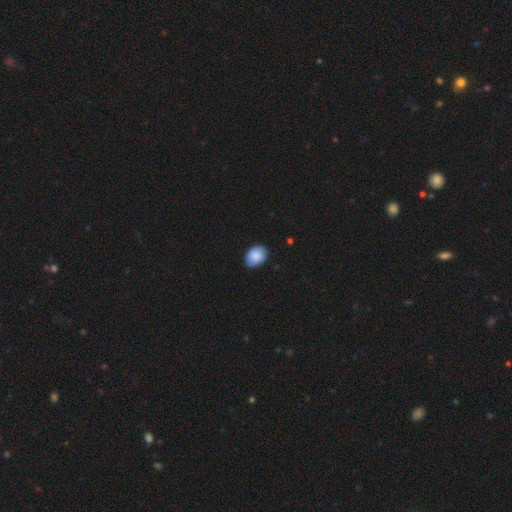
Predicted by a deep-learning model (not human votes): Smooth or featured? Predicted: smooth (p=0.83). How rounded? Predicted: in between (p=0.73). Merging? Predicted: none (p=0.78).